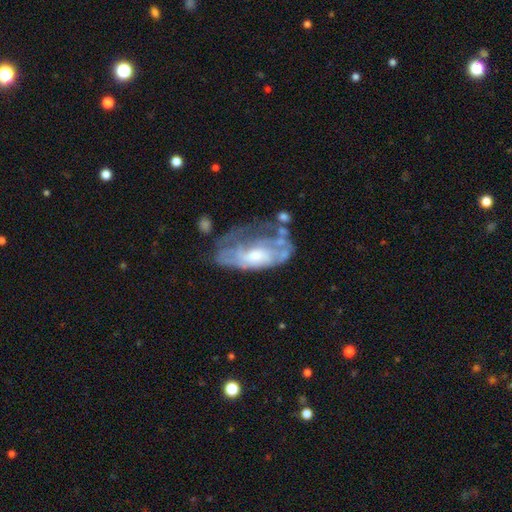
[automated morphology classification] Smooth or featured? featured or disk (69%)
Edge-on disk? no (93%)
Bar? no (72%)
Spiral arms? yes (55%)
Bulge size? moderate (49%)
Merging? none (34%)